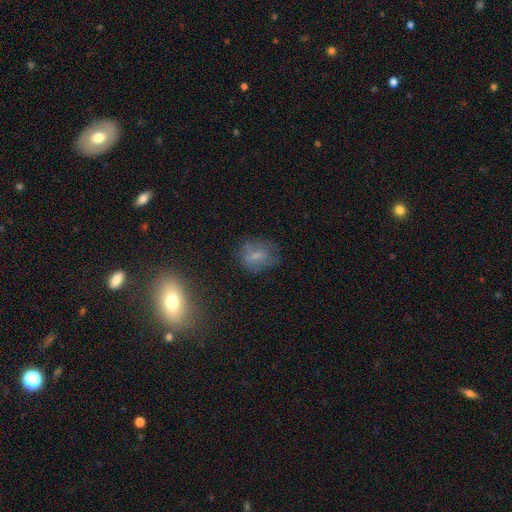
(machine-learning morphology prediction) Smooth or featured? Predicted: smooth (p=0.64). How rounded? Predicted: in between (p=0.49). Merging? Predicted: none (p=0.64).